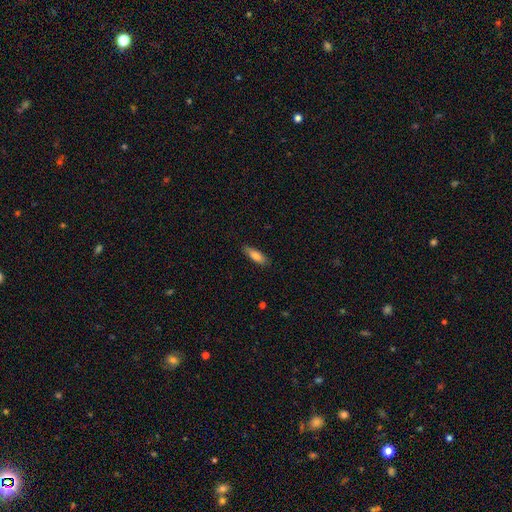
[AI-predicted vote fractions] Morphology: type=smooth (79%); roundness=cigar-shaped (49%, tied with in between); merging=none (84%).